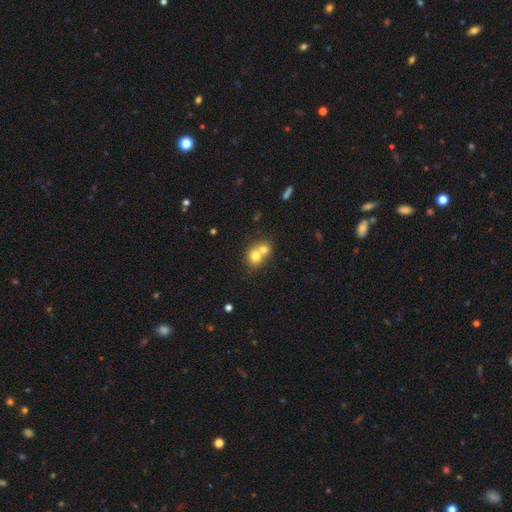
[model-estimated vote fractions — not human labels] This appears to be a smooth galaxy with no disk features (73%) that is round (74%). Merging: merger (66%).